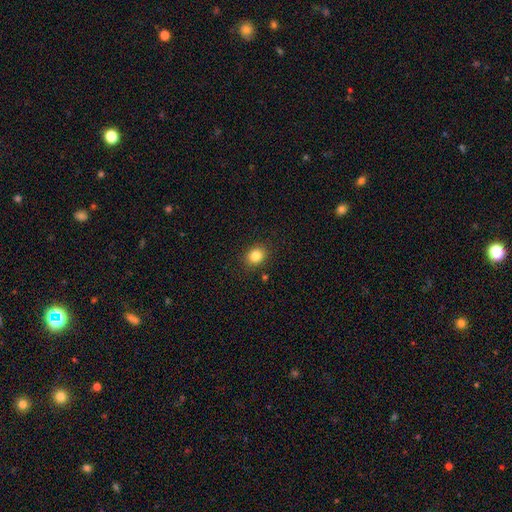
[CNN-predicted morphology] This is clearly a smooth galaxy (83%). How rounded: possibly round (57%). Merging: clearly none (87%).